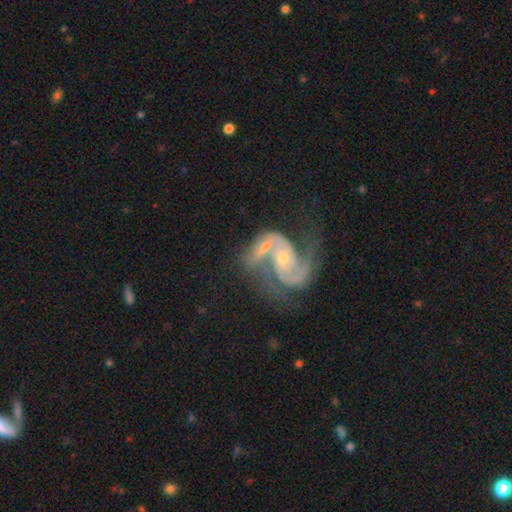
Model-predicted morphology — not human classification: type=featured or disk (82%); edge-on=no (97%); bar=no (57%); spiral arms=yes (94%); winding=medium (48%); arm count=2 (81%); bulge=small (49%); merging=merger (54%).